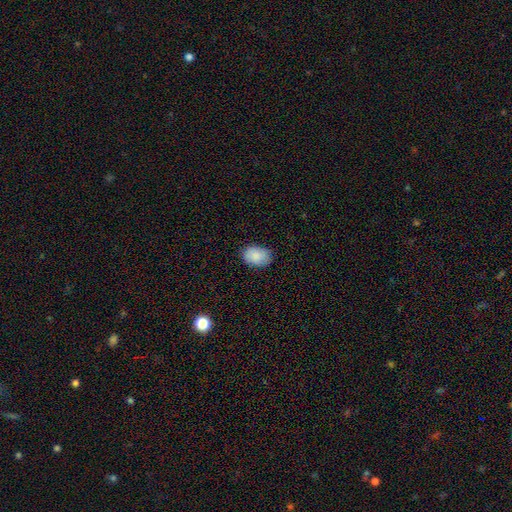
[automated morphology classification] Q: Smooth or featured?
A: smooth (88%); runner-up: star or artifact (7%)
Q: How rounded?
A: in between (77%); runner-up: round (22%)
Q: Merging?
A: none (82%); runner-up: minor disturbance (14%)